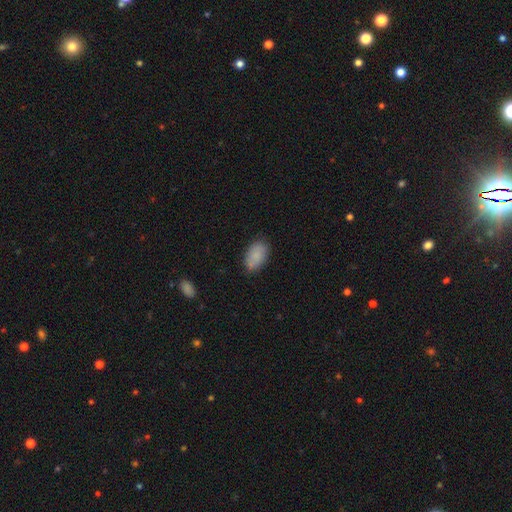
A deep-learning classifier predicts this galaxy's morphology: Overall: smooth (85%). How rounded: in between (92%). Merging: none (74%).